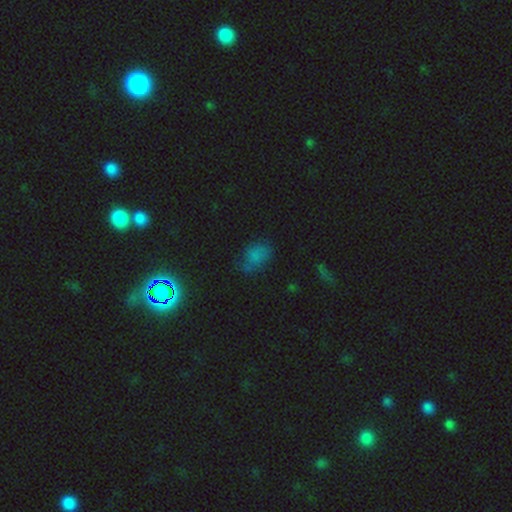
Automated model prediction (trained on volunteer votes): Morphology: type=smooth (66%); roundness=in between (77%); merging=none (54%).